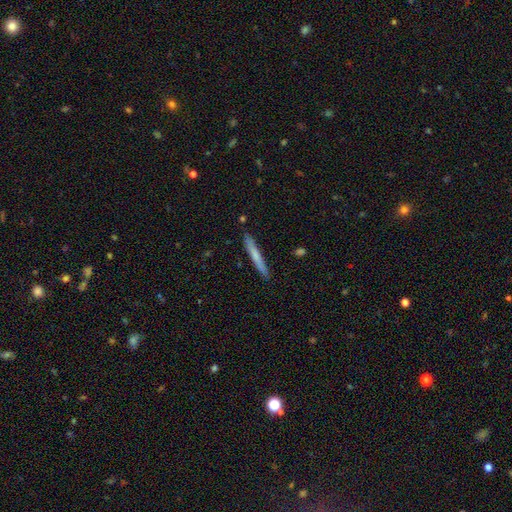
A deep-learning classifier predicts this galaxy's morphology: The model was most divided on "smooth or featured": smooth: 64%, featured or disk: 30%, star or artifact: 6%. More confident: how rounded — cigar-shaped (96%); merging — none (89%).